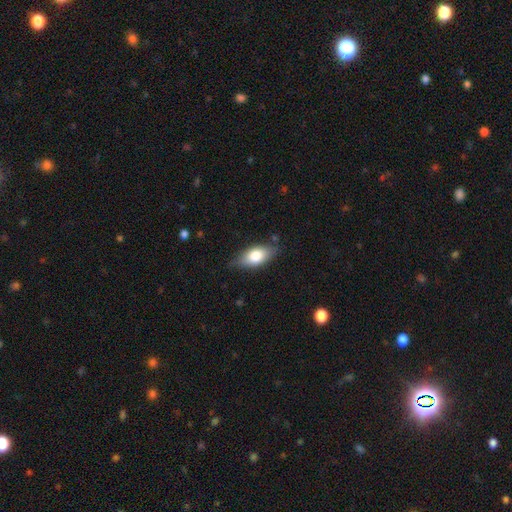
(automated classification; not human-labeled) The model was most divided on "smooth or featured": smooth: 74%, featured or disk: 20%, star or artifact: 7%. More confident: how rounded — in between (86%); merging — none (76%).